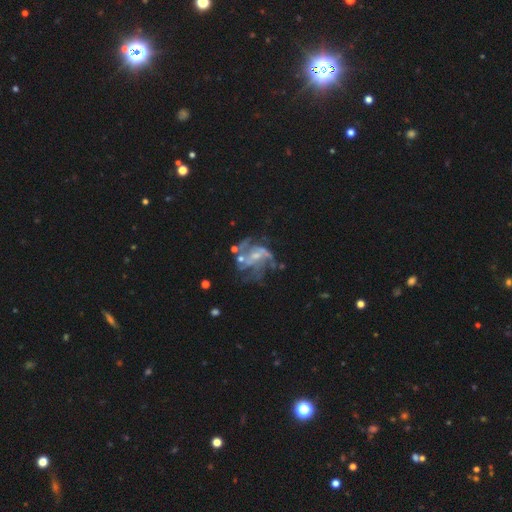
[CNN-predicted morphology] Q: Smooth or featured?
A: featured or disk (80%); runner-up: star or artifact (10%)
Q: Edge-on disk?
A: no (98%); runner-up: yes (2%)
Q: Bar?
A: no (55%); runner-up: weak (36%)
Q: Spiral arms?
A: yes (77%); runner-up: no (23%)
Q: Spiral winding?
A: medium (44%); runner-up: loose (35%)
Q: Spiral arm count?
A: can't tell (31%); runner-up: 3 (25%)
Q: Bulge size?
A: small (52%); runner-up: moderate (29%)
Q: Merging?
A: none (41%); runner-up: major disturbance (32%)